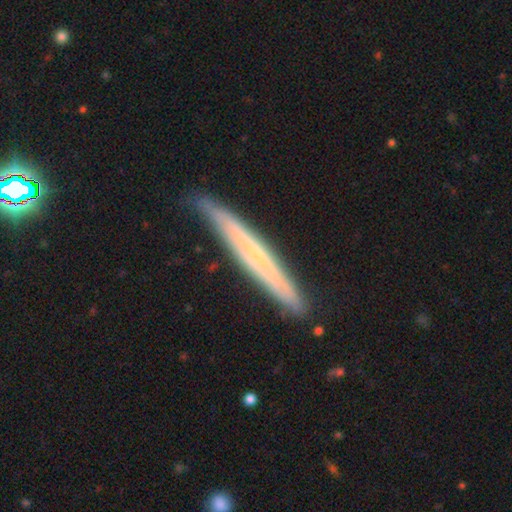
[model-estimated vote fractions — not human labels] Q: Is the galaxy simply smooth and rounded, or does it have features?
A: featured or disk — 60%.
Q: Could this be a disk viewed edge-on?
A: yes — 87%.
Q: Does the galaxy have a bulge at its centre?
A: none — 64%.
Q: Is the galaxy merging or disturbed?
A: none — 81%.